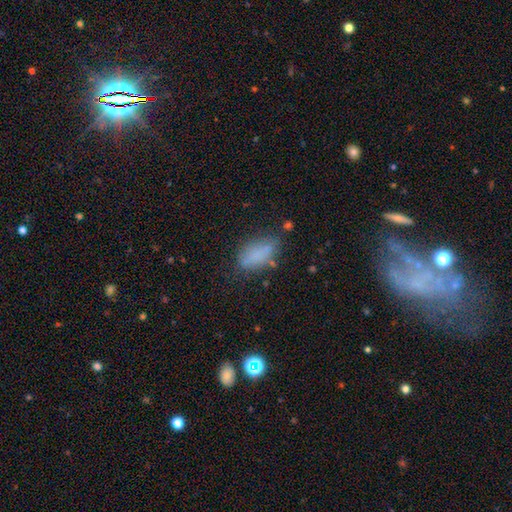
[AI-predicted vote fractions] The model was most divided on "merging": none: 59%, minor disturbance: 25%, major disturbance: 11%, merger: 5%. More confident: how rounded — in between (85%); smooth or featured — smooth (75%).